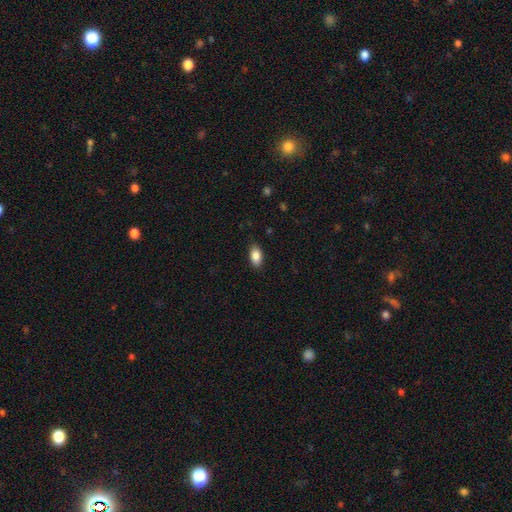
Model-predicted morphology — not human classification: smooth 87%, star or artifact 7%, featured or disk 6%. Down the decision tree: how rounded — in between (91%); merging — none (85%).